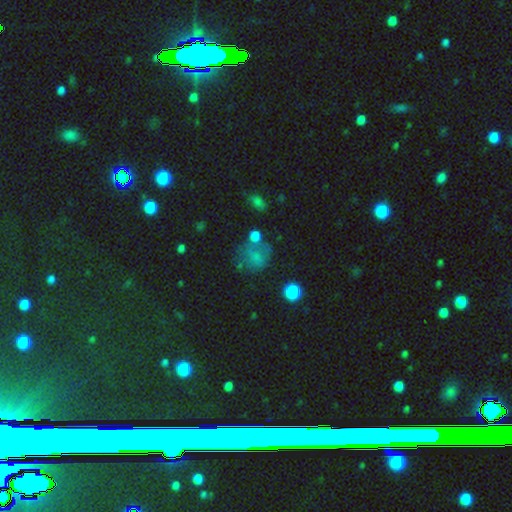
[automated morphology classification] The model was most divided on "merging": none: 49%, minor disturbance: 21%, major disturbance: 19%, merger: 11%. More confident: how rounded — round (72%); smooth or featured — smooth (59%).